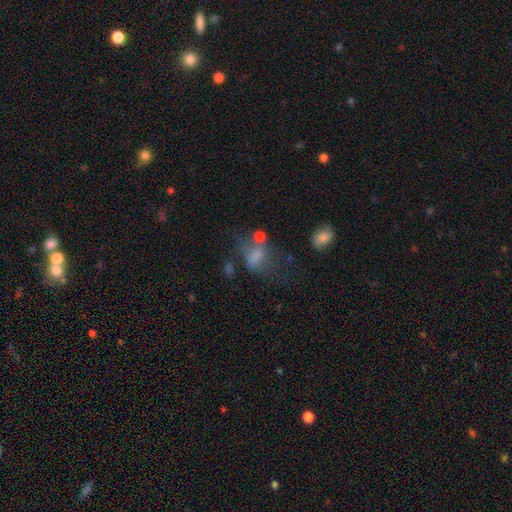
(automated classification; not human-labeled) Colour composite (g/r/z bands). It shows a smooth galaxy with no disk features (63%) that is in between round and cigar-shaped (68%). Merging: none (32%).